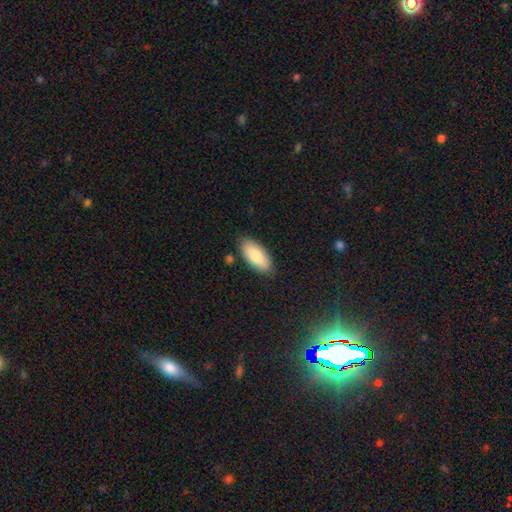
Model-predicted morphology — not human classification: Q: Smooth or featured?
A: smooth (82%); runner-up: featured or disk (12%)
Q: How rounded?
A: in between (85%); runner-up: cigar-shaped (13%)
Q: Merging?
A: none (84%); runner-up: minor disturbance (11%)